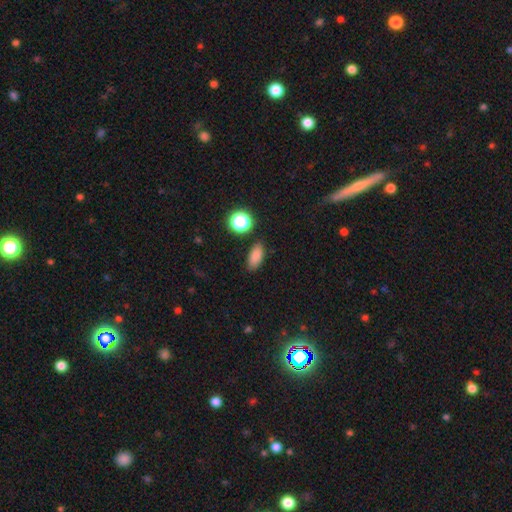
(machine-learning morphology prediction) type=smooth (83%); roundness=in between (83%); merging=none (85%).